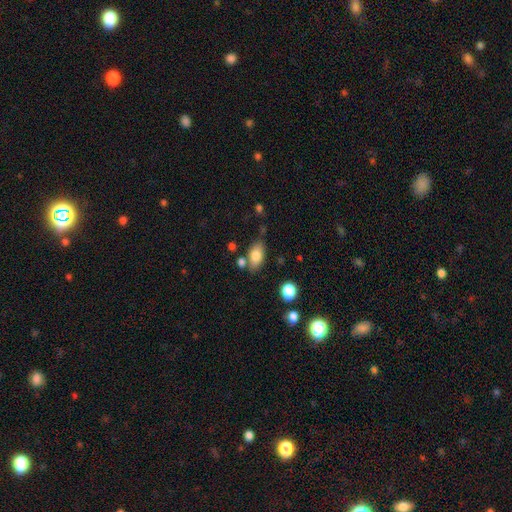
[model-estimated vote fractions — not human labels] A smooth galaxy with no disk features (79%) that is in between round and cigar-shaped (89%). Merging: none (71%).